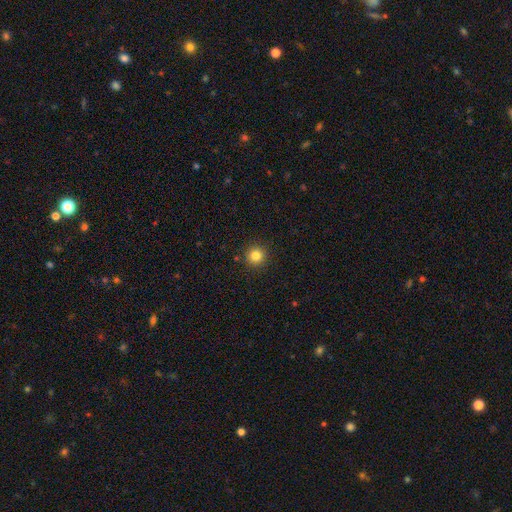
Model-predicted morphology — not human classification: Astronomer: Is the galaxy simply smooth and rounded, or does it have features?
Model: smooth — 82%.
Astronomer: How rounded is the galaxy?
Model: round — 95%.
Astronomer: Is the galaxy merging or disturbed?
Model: none — 91%.